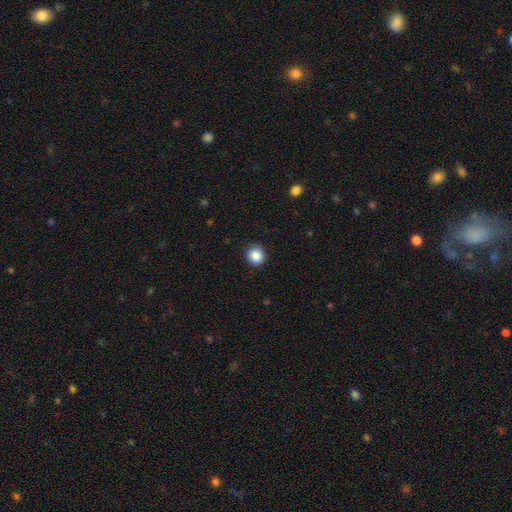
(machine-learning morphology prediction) smooth-or-featured: smooth: 87% | star or artifact: 9% | featured or disk: 4%
  how-rounded: round: 90% | in between: 9% | cigar-shaped: 1%
  merging: none: 91% | minor disturbance: 6% | major disturbance: 2% | merger: 1%